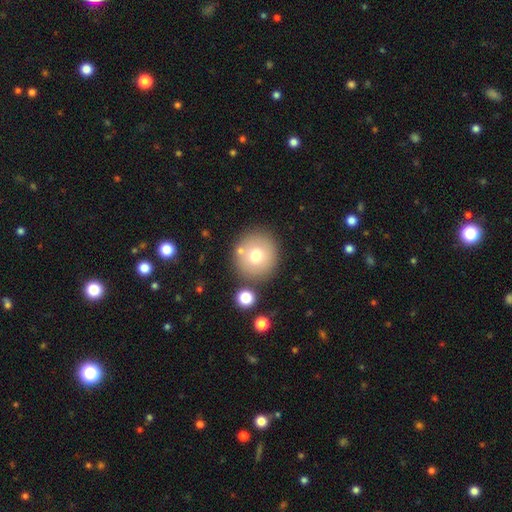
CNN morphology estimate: Smooth or featured? Predicted: smooth (p=0.70). How rounded? Predicted: round (p=0.92). Merging? Predicted: none (p=0.80).